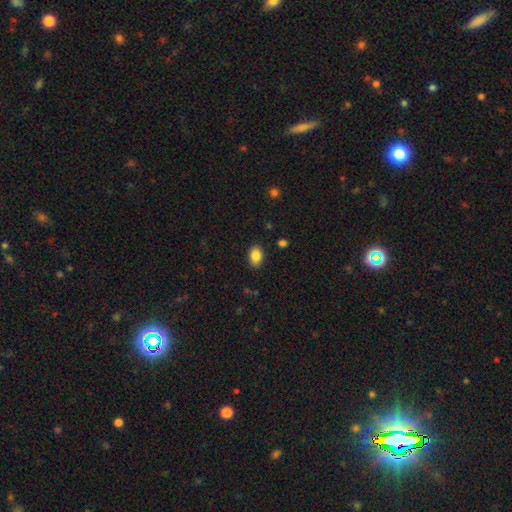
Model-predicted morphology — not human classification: type=smooth (86%); roundness=in between (80%); merging=none (88%).